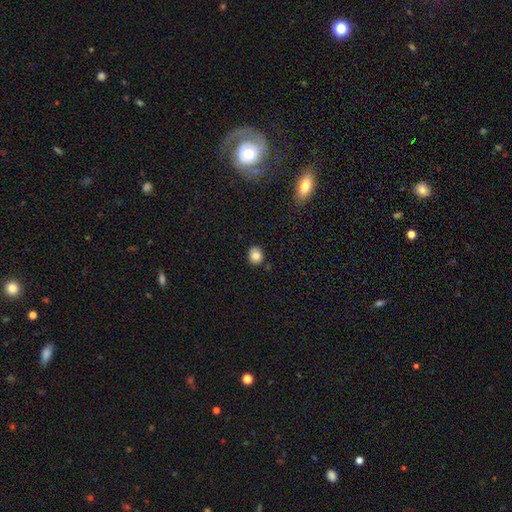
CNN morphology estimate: The model was most divided on "how rounded": round: 69%, in between: 30%, cigar-shaped: 1%. More confident: merging — none (85%); smooth or featured — smooth (81%).